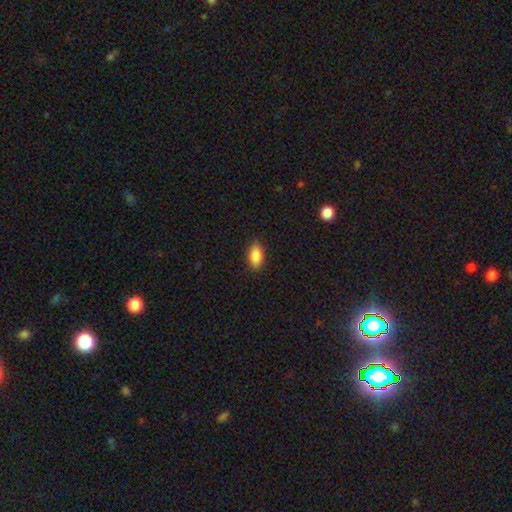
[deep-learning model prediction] Smooth or featured? Predicted: smooth (p=0.88). How rounded? Predicted: in between (p=0.91). Merging? Predicted: none (p=0.88).